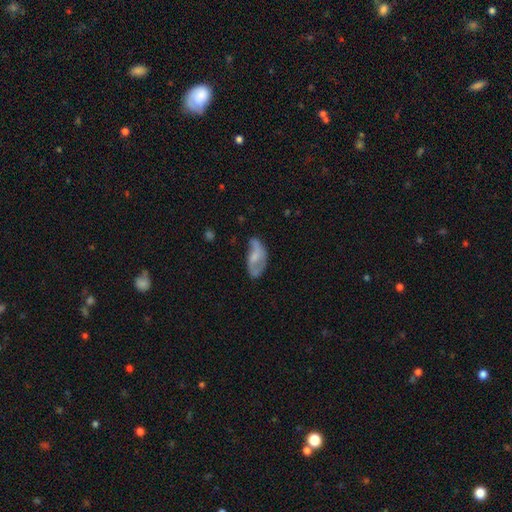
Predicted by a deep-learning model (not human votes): Overall: featured or disk (52%; smooth 40%). Edge-on disk: no (92%). Merging: none (45%; minor disturbance 30%).